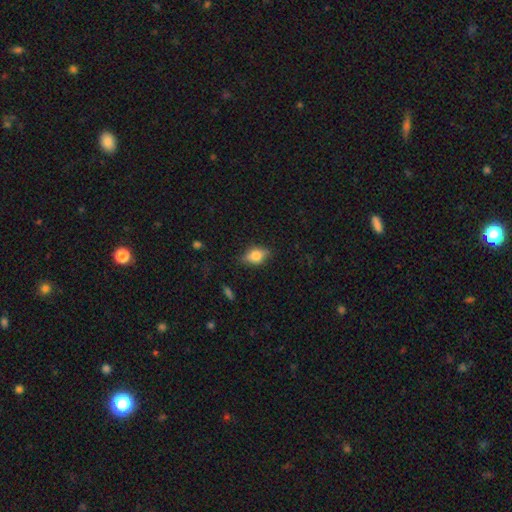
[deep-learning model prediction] A smooth galaxy with no disk features (69%) that is in between round and cigar-shaped (77%). Merging: none (77%).